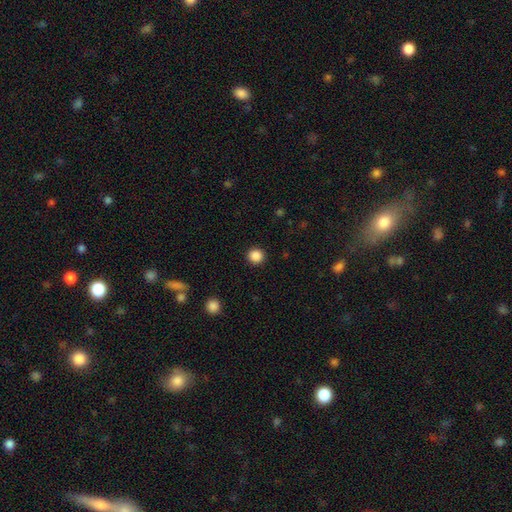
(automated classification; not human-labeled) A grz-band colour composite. It shows a smooth galaxy with no disk features (87%) that is round (93%). Merging: none (92%).